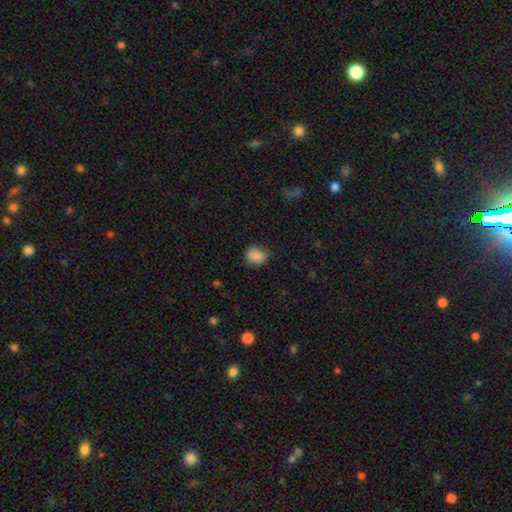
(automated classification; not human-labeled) Smooth or featured: smooth — 86% (star or artifact — 9%)
How rounded: round — 53% (in between — 46%)
Merging: none — 73% (minor disturbance — 21%)